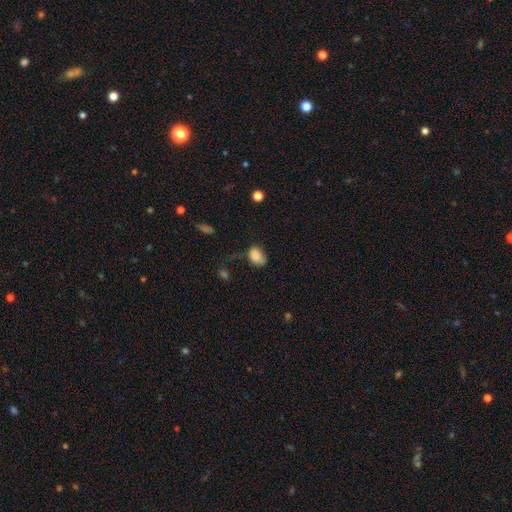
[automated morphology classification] Overall: smooth (84%). How rounded: in between (84%). Merging: none (48%; minor disturbance 32%).